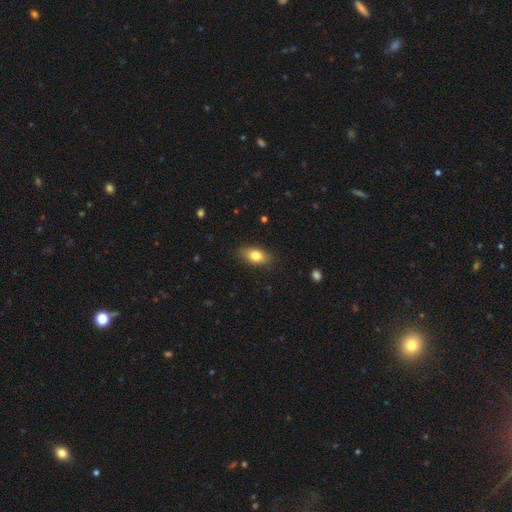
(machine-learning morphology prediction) type=smooth (80%); roundness=in between (87%); merging=none (85%).